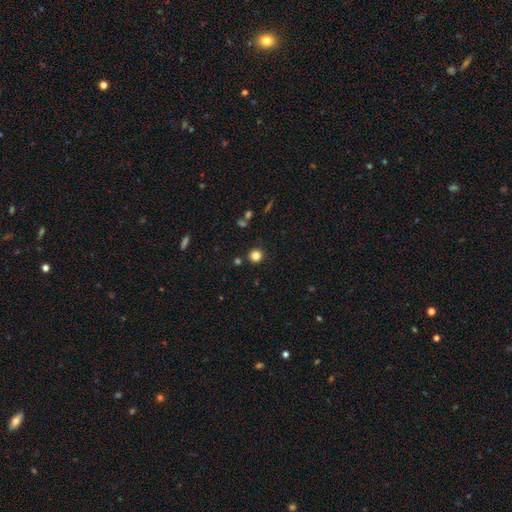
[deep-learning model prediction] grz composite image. It shows a smooth galaxy with no disk features (81%) that is round (94%). Merging: none (89%).